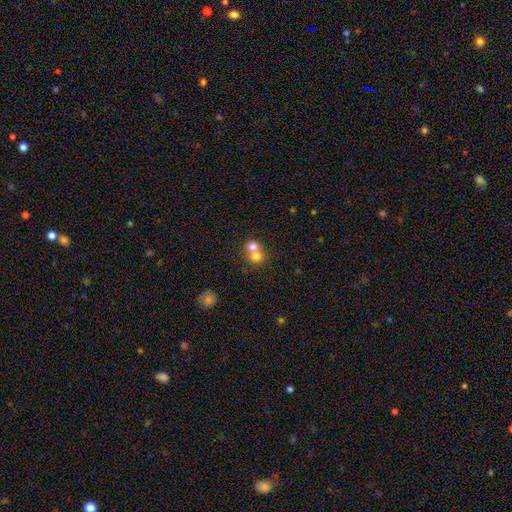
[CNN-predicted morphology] Smooth or featured?
  - smooth: 74% *
  - featured or disk: 15%
  - star or artifact: 12%
How rounded?
  - round: 81% *
  - in between: 18%
  - cigar-shaped: 1%
Merging?
  - merger: 63% *
  - none: 31%
  - minor disturbance: 4%
  - major disturbance: 2%